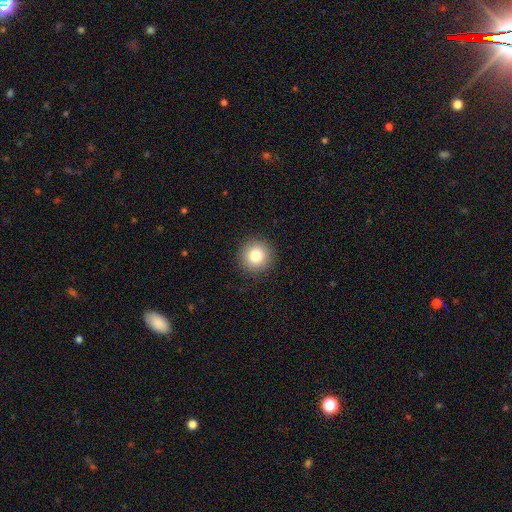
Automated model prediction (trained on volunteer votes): Q: Smooth or featured?
A: smooth (81%); runner-up: star or artifact (10%)
Q: How rounded?
A: round (95%); runner-up: in between (4%)
Q: Merging?
A: none (91%); runner-up: minor disturbance (6%)